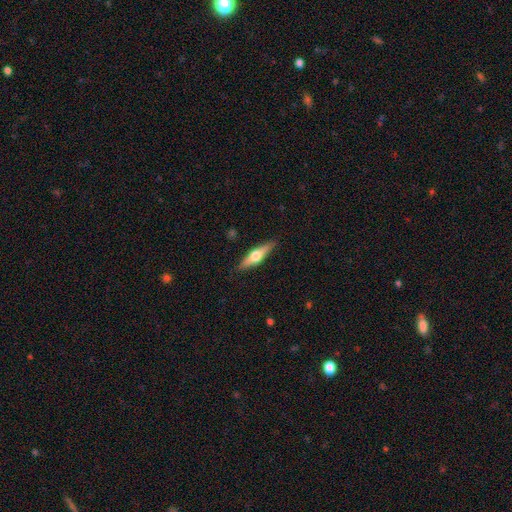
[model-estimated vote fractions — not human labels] This is possibly a featured or disk galaxy (59%). It is clearly viewed edge-on (95%). Edge-on bulge: clearly rounded (94%). Merging: clearly none (89%).